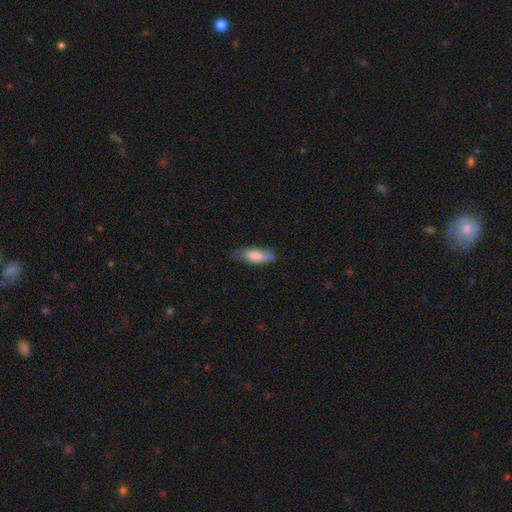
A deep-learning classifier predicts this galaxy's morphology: This appears to be a smooth galaxy with no disk features (81%) that is in between round and cigar-shaped (64%). Merging: none (69%).